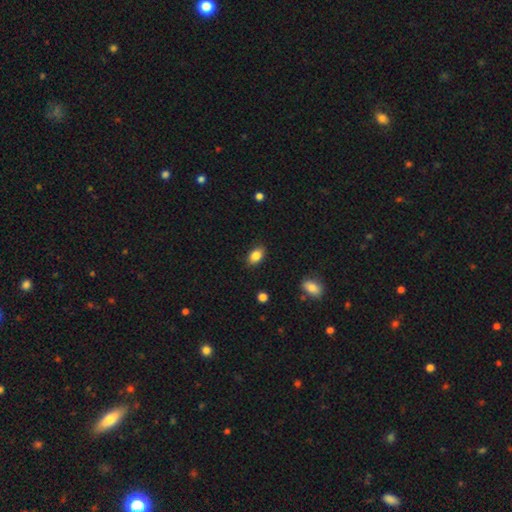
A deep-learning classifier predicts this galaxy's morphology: Overall: smooth (86%). How rounded: in between (87%). Merging: none (86%).